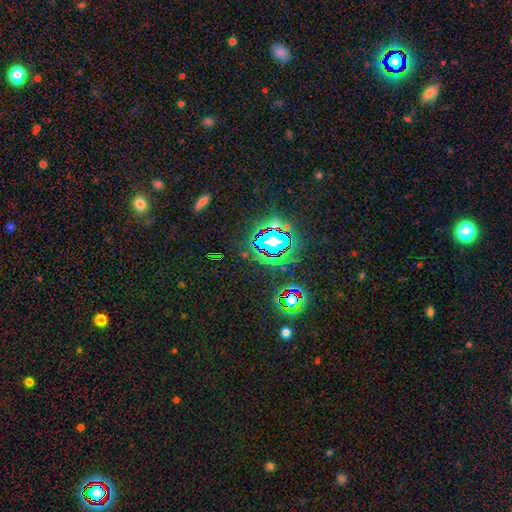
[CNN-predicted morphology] smooth_or_featured: star or artifact (p=0.81) [alt: smooth p=0.11]